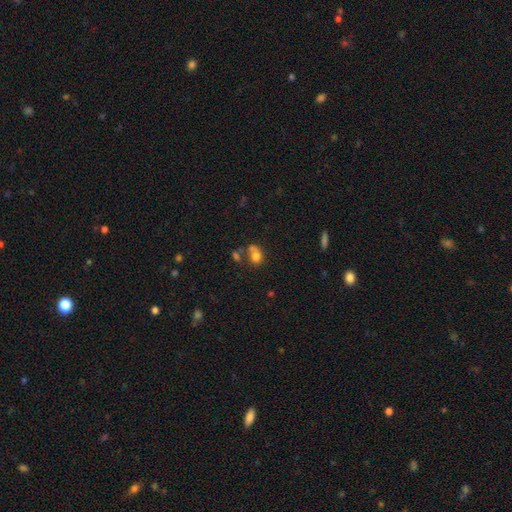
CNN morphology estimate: smooth_or_featured: smooth (p=0.74) [alt: featured or disk p=0.15]
how_rounded: in between (p=0.52) [alt: round p=0.47]
merging: none (p=0.37) [alt: merger p=0.33]